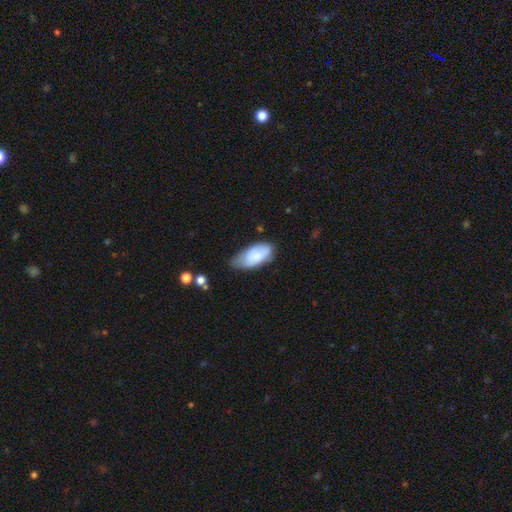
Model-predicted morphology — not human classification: A smooth galaxy with no disk features (76%) that is in between round and cigar-shaped (92%).

Vote fractions:
- Smooth or featured? smooth: 76% / featured or disk: 18% / star or artifact: 6%
- How rounded? in between: 92% / cigar-shaped: 6% / round: 2%
- Merging? none: 49% / minor disturbance: 39% / major disturbance: 9% / merger: 3%